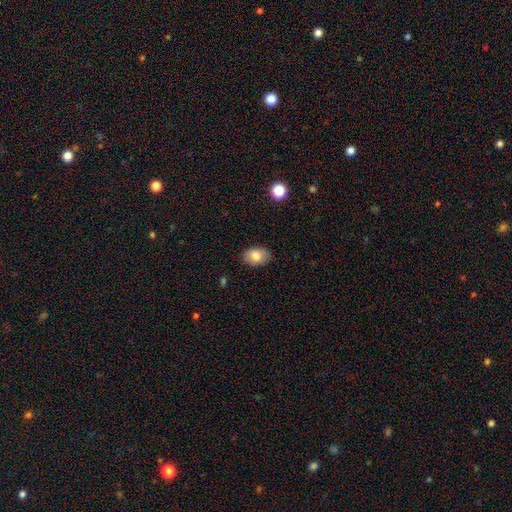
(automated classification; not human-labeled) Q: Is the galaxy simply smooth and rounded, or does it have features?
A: smooth — 83%.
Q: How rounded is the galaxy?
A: in between — 81%.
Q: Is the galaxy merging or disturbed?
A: none — 85%.